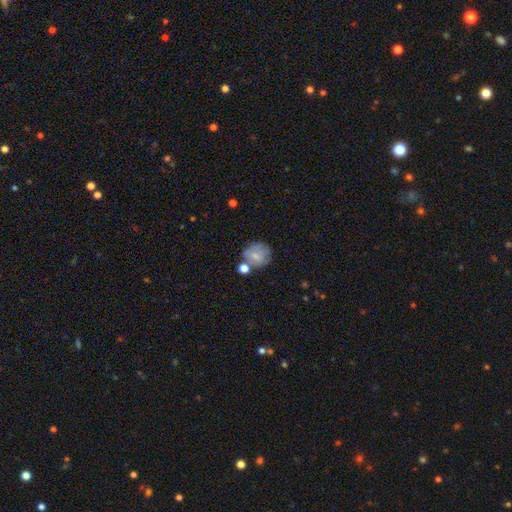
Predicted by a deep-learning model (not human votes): smooth 70%, featured or disk 20%, star or artifact 10%. Down the decision tree: how rounded — round (78%); merging — none (52%).